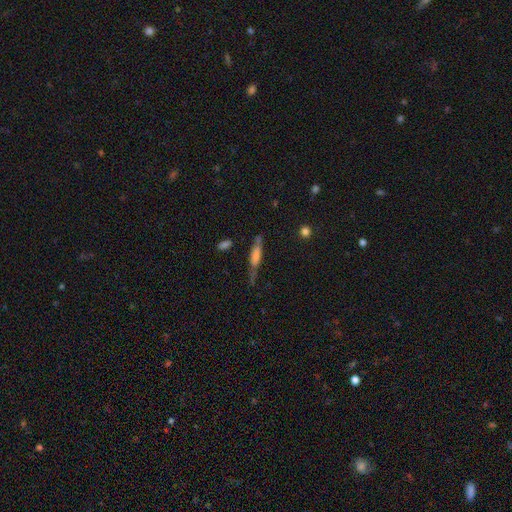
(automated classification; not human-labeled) Smooth or featured? smooth (51%)
How rounded? cigar-shaped (75%)
Merging? none (53%)